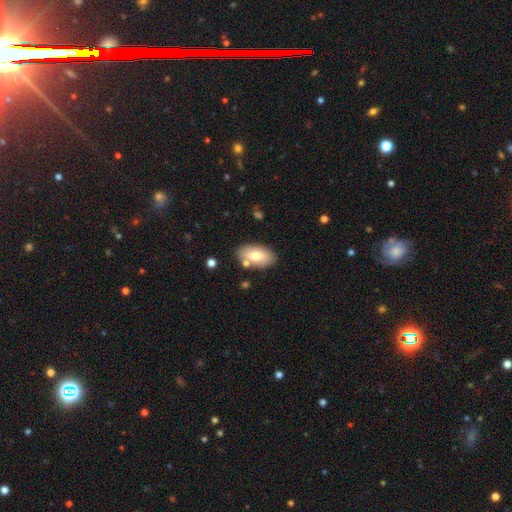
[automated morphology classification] Smooth or featured: smooth — 71% (featured or disk — 22%)
How rounded: in between — 93% (round — 4%)
Merging: none — 78% (minor disturbance — 12%)